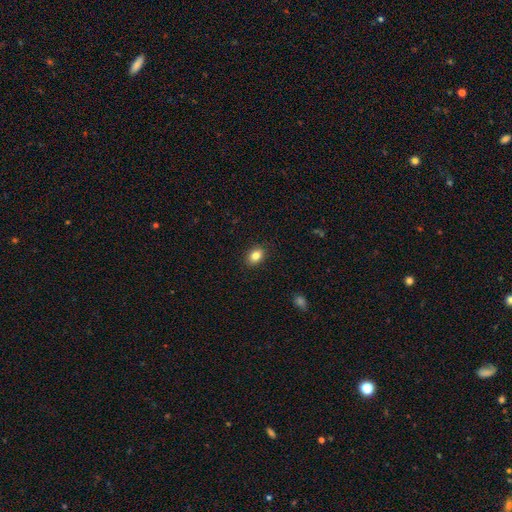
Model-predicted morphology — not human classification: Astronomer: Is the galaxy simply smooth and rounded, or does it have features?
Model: smooth — 84%.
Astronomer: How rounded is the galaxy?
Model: in between — 70%.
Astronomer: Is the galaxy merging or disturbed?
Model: none — 90%.